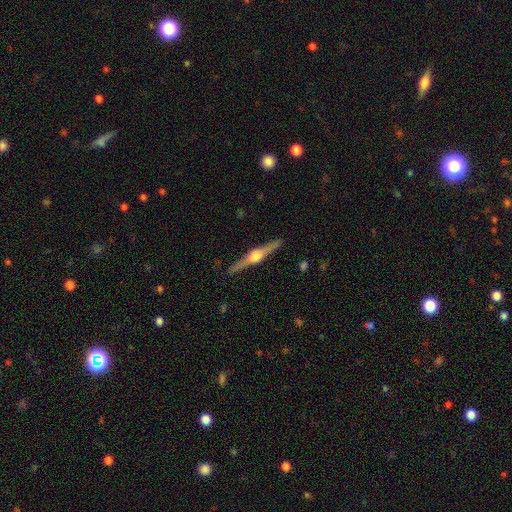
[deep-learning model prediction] This appears to be a featured or disk galaxy (82%) viewed edge-on (98%) with a rounded central bulge (95%). Merging: none (92%).